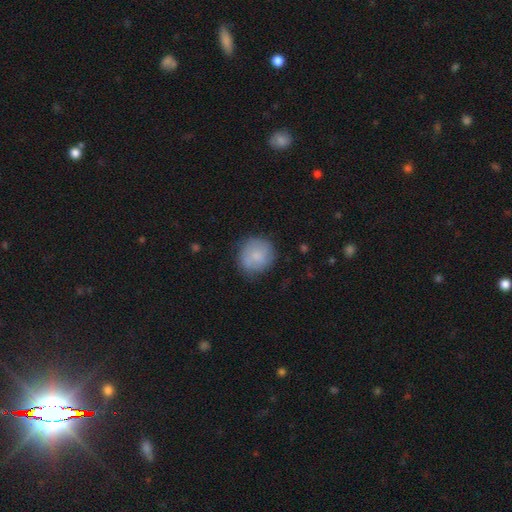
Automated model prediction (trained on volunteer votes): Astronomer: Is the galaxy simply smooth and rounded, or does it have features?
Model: smooth — 72%.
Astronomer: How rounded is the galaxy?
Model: round — 88%.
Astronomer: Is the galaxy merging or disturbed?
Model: none — 73%.